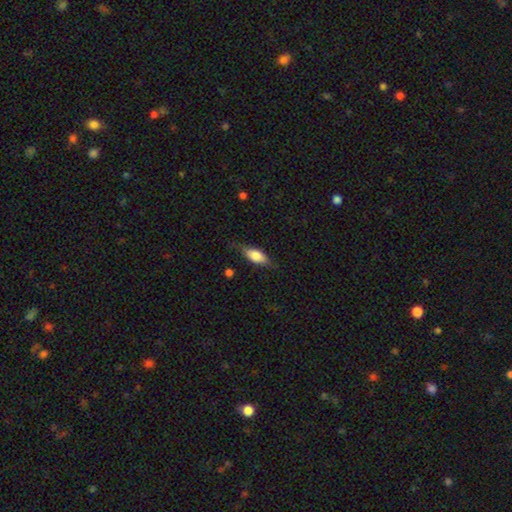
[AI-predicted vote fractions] This appears to be a smooth galaxy with no disk features (73%) that is in between round and cigar-shaped (78%). Merging: none (71%).